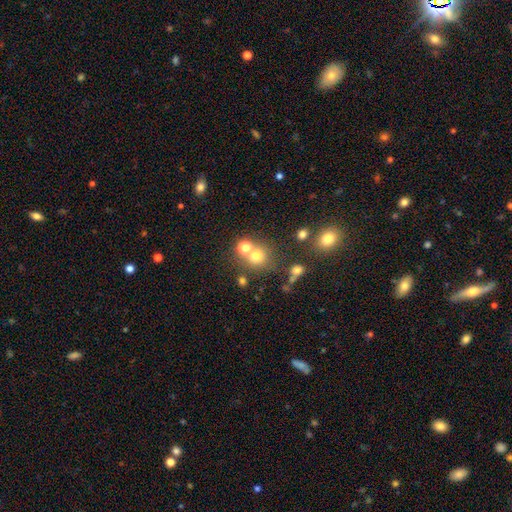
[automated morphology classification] smooth_or_featured: smooth (p=0.69) [alt: star or artifact p=0.20]
how_rounded: round (p=0.86) [alt: in between p=0.13]
merging: none (p=0.58) [alt: merger p=0.28]